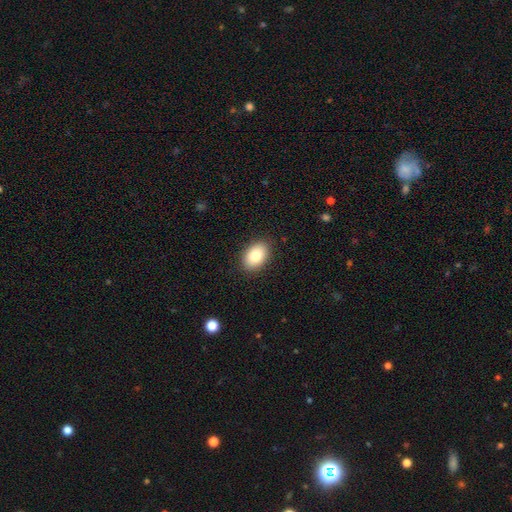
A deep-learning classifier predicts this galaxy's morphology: Smooth or featured: smooth — 83% (featured or disk — 9%)
How rounded: in between — 86% (round — 13%)
Merging: none — 88% (minor disturbance — 8%)